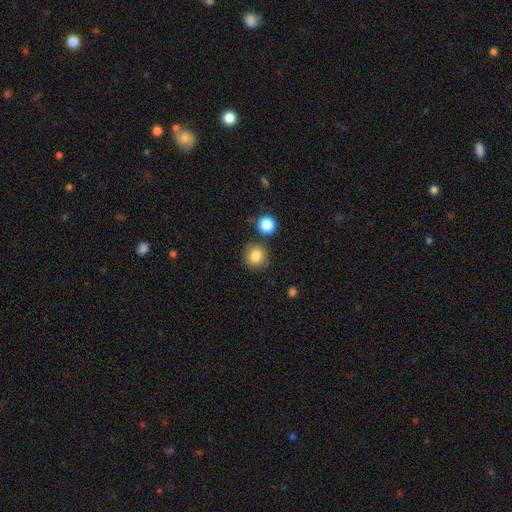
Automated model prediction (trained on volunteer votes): This is clearly a smooth galaxy (84%). How rounded: clearly round (88%). Merging: likely none (77%).